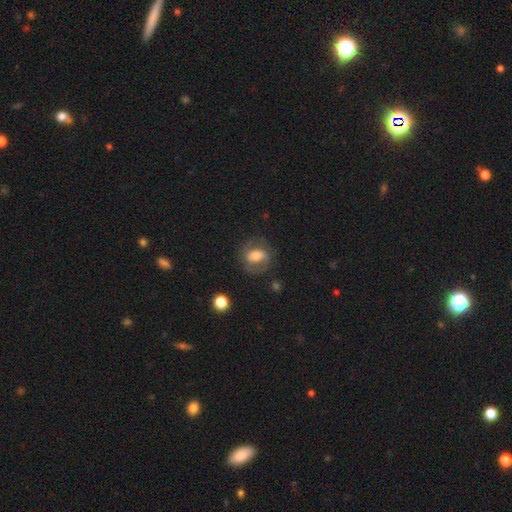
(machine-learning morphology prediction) Smooth or featured?
  - featured or disk: 50% *
  - smooth: 42%
  - star or artifact: 8%
Merging?
  - none: 65% *
  - minor disturbance: 19%
  - major disturbance: 14%
  - merger: 2%